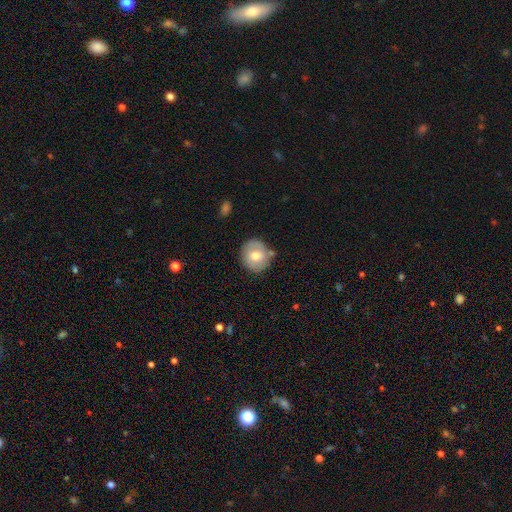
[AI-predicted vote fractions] smooth_or_featured: smooth (p=0.66) [alt: featured or disk p=0.27]
how_rounded: round (p=0.85) [alt: in between p=0.14]
merging: none (p=0.75) [alt: minor disturbance p=0.16]